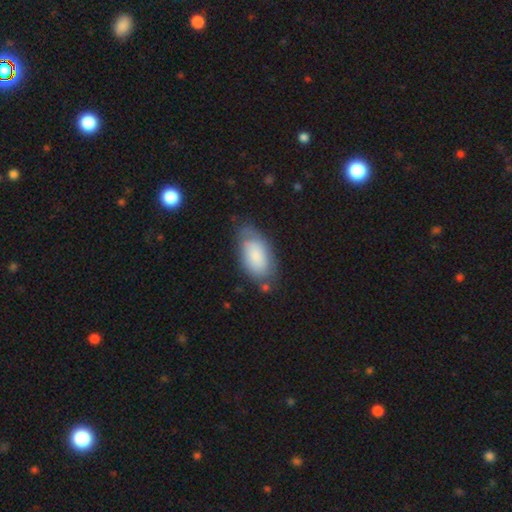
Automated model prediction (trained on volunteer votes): smooth-or-featured: smooth: 74% | featured or disk: 20% | star or artifact: 6%
  how-rounded: in between: 94% | round: 3% | cigar-shaped: 3%
  merging: none: 60% | minor disturbance: 27% | major disturbance: 9% | merger: 4%